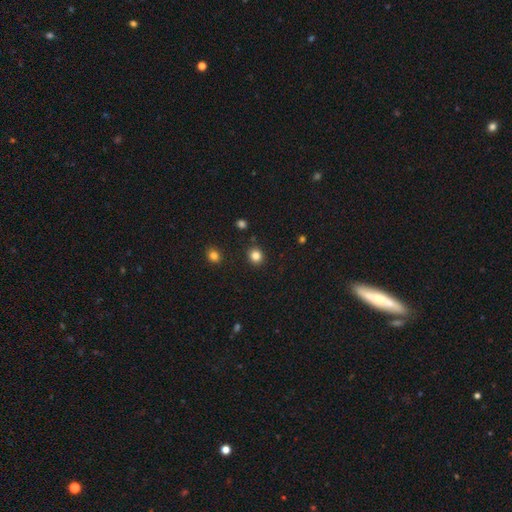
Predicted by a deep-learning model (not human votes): smooth-or-featured: smooth: 83% | star or artifact: 12% | featured or disk: 5%
  how-rounded: round: 84% | in between: 15% | cigar-shaped: 1%
  merging: none: 89% | minor disturbance: 6% | merger: 2% | major disturbance: 2%